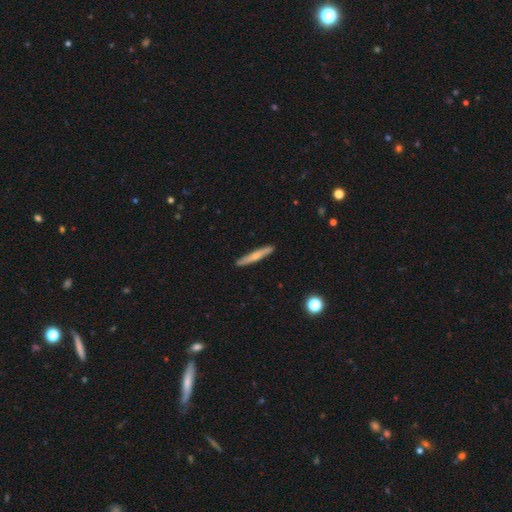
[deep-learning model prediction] Overall: smooth (56%; featured or disk 38%). How rounded: cigar-shaped (94%). Merging: none (90%).